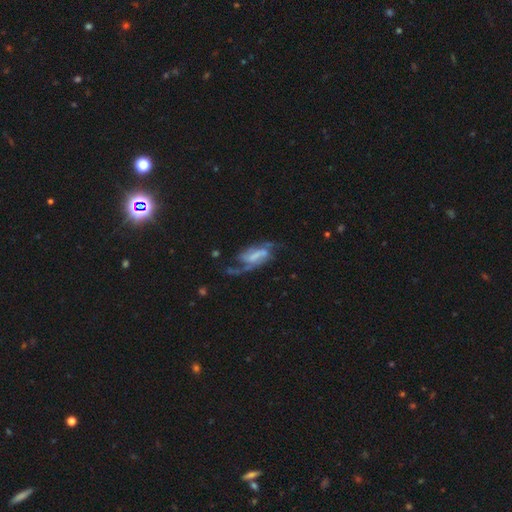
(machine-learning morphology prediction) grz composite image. It shows a featured or disk galaxy (78%) with a weak bar (40%), 2 (75%) loose (46%) spiral arms (91%) and no central bulge (45%). Merging: none (46%).